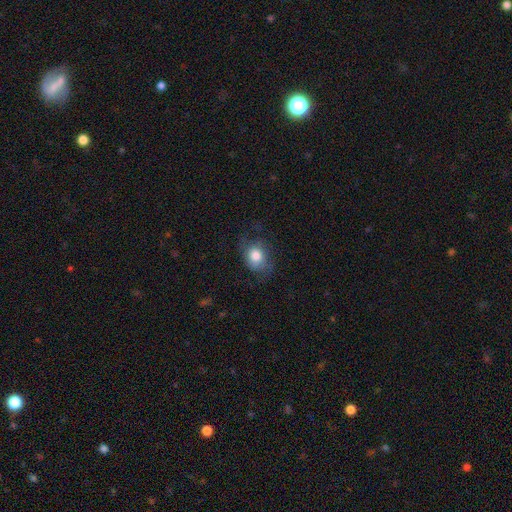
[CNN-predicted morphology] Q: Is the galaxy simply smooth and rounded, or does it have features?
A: smooth — 71%.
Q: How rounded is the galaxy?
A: round — 54%.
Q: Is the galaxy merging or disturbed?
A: none — 58%.